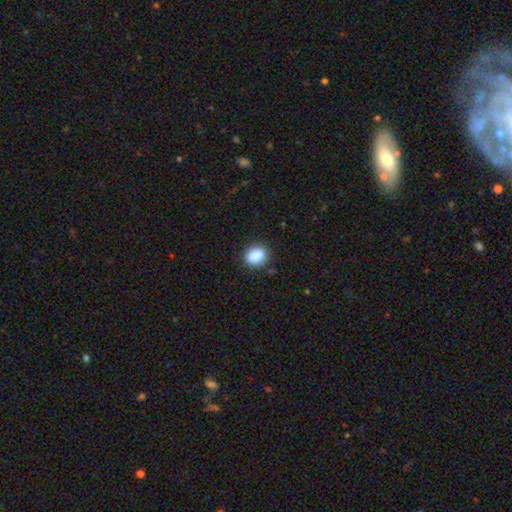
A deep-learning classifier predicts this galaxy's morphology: smooth_or_featured: smooth (p=0.88) [alt: star or artifact p=0.08]
how_rounded: round (p=0.55) [alt: in between p=0.44]
merging: none (p=0.84) [alt: minor disturbance p=0.11]